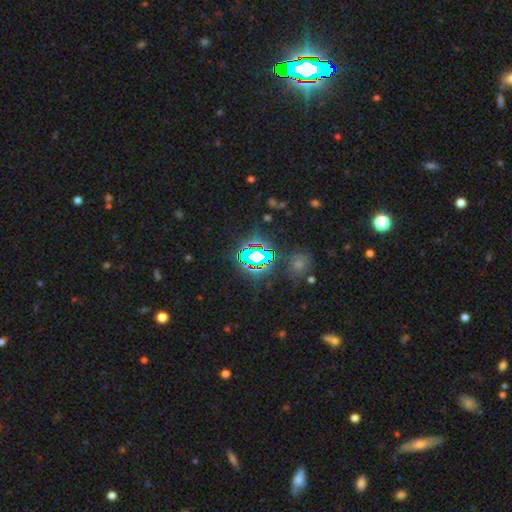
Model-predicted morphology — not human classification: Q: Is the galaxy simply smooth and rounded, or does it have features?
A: star or artifact — 74%.